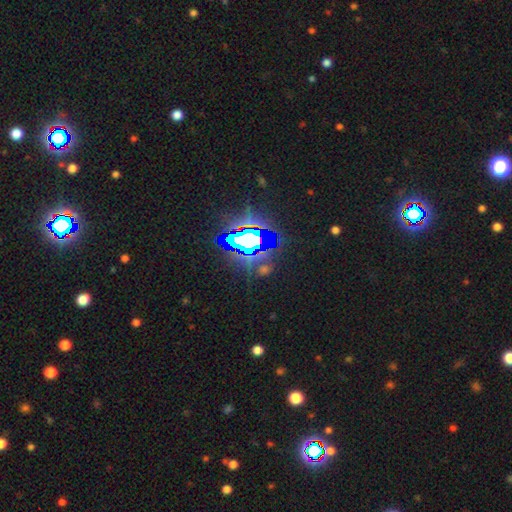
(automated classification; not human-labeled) Morphology: type=star or artifact (82%).